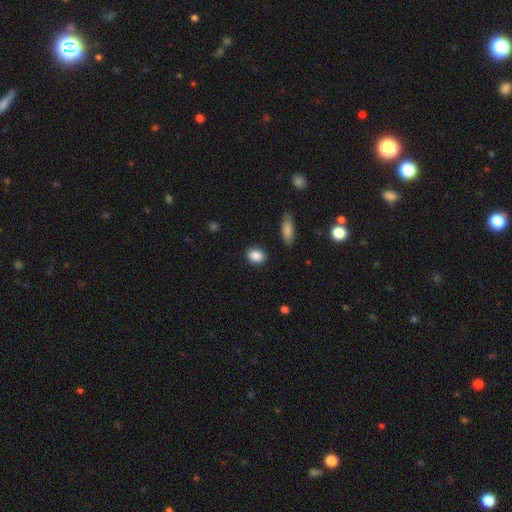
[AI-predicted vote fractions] Overall: smooth (88%). How rounded: in between (61%; round 37%). Merging: none (87%).